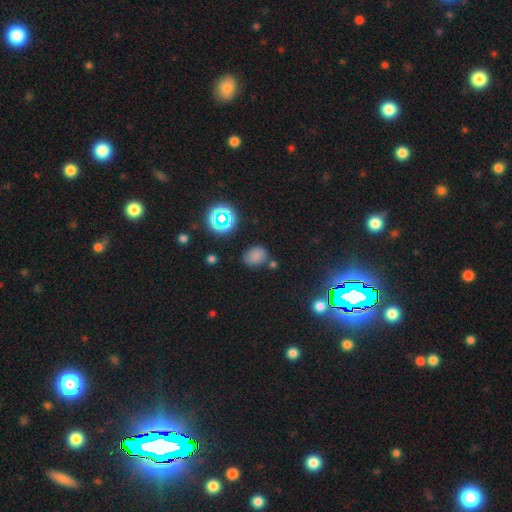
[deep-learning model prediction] Q: Smooth or featured?
A: smooth (71%); runner-up: star or artifact (22%)
Q: How rounded?
A: in between (62%); runner-up: round (37%)
Q: Merging?
A: none (72%); runner-up: minor disturbance (16%)